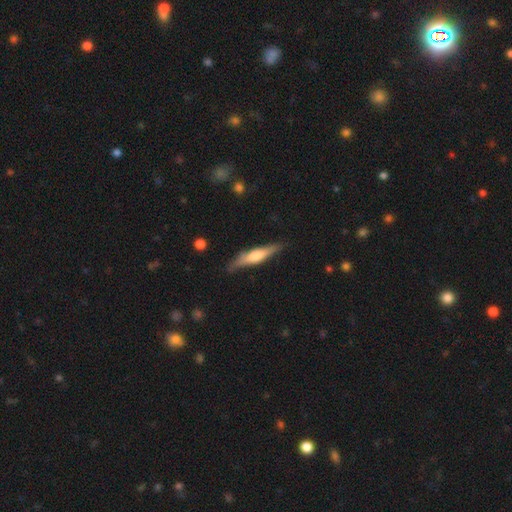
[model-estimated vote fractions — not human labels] Smooth or featured? featured or disk (50%)
Edge-on disk? yes (93%)
Merging? none (80%)